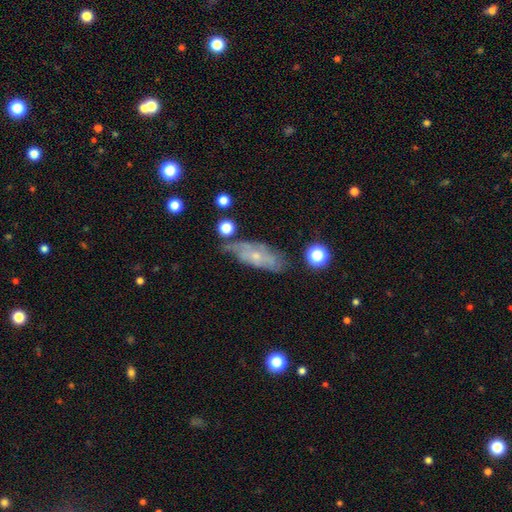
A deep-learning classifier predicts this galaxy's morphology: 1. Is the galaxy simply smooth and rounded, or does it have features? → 58% featured or disk, 34% smooth, 9% star or artifact.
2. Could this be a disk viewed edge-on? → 82% no, 18% yes.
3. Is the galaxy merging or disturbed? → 53% none, 30% minor disturbance, 12% major disturbance, 5% merger.